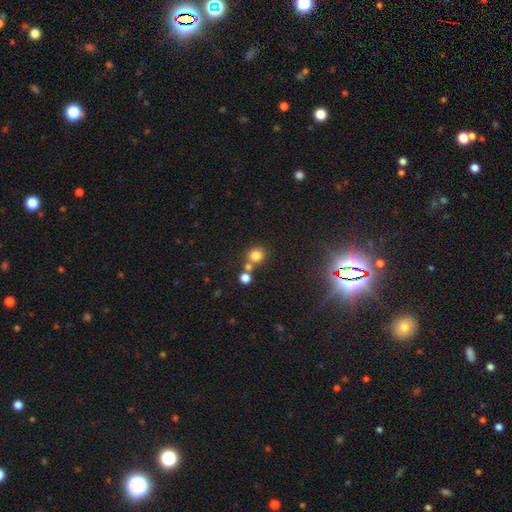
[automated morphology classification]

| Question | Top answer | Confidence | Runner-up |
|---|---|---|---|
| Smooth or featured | smooth | 78% | star or artifact (15%) |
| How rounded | round | 89% | in between (10%) |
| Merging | none | 63% | merger (25%) |